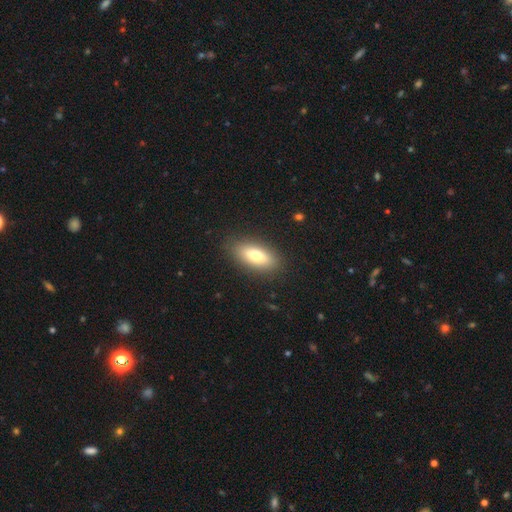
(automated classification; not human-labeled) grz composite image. It shows a smooth galaxy with no disk features (75%) that is in between round and cigar-shaped (81%). Merging: none (87%).